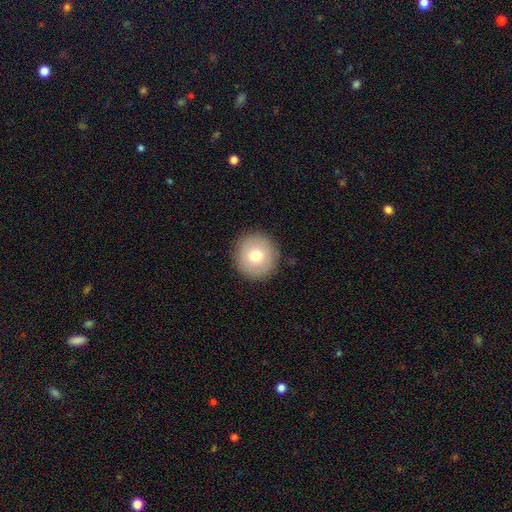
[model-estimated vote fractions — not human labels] smooth 74%, featured or disk 17%, star or artifact 9%. Down the decision tree: how rounded — round (94%); merging — none (91%).